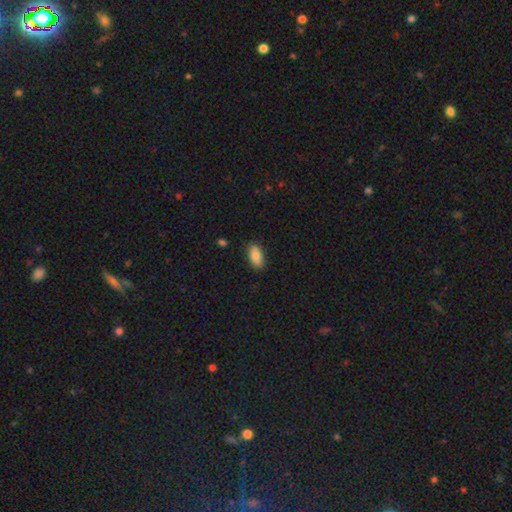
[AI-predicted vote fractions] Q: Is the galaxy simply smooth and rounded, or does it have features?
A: smooth — 86%.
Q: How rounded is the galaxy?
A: in between — 92%.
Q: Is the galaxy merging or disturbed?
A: none — 86%.